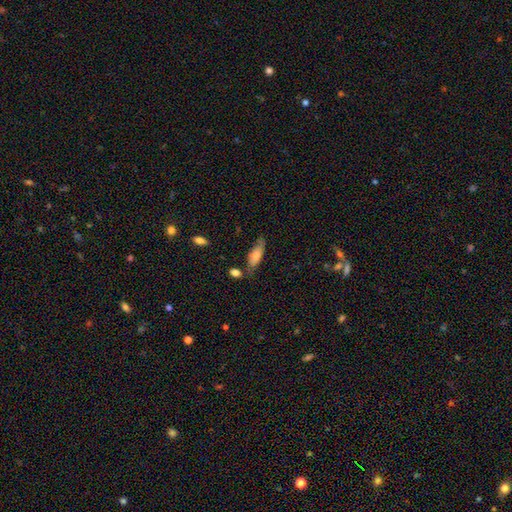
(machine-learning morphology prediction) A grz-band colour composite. It shows a smooth galaxy with no disk features (73%) that is in between round and cigar-shaped (68%). Merging: none (57%).